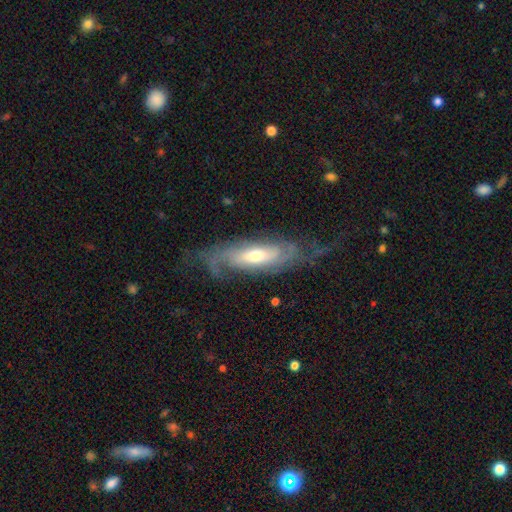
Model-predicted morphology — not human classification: Smooth or featured? Predicted: featured or disk (p=0.78). Edge-on disk? Predicted: no (p=0.81). Bar? Predicted: no (p=0.58). Spiral arms? Predicted: yes (p=0.91). Spiral winding? Predicted: tight (p=0.39). Spiral arm count? Predicted: 2 (p=0.50). Bulge size? Predicted: moderate (p=0.61). Merging? Predicted: none (p=0.61).